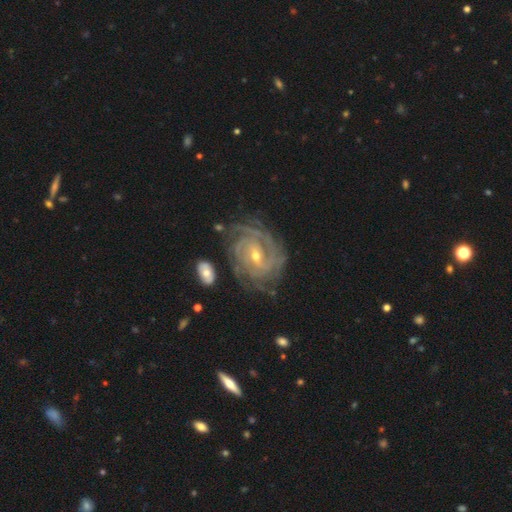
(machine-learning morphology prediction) The model was most divided on "spiral arm count": 3: 23%, can't tell: 22%, 4: 22%, 2: 16%, more than 4: 9%, 1: 7%. Remaining: spiral arms — yes (98%); edge-on disk — no (97%); smooth or featured — featured or disk (90%); spiral winding — tight (77%); merging — none (73%); bulge size — small (59%); bar — weak (44%).